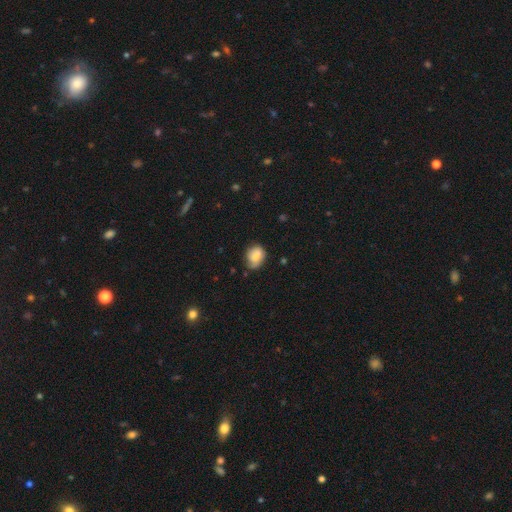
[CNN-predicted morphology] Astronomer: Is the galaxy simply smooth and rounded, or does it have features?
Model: smooth — 73%.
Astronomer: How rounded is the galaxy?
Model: in between — 51% (runner-up: round, 47%).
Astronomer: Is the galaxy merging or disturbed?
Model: none — 54% (runner-up: minor disturbance, 34%).